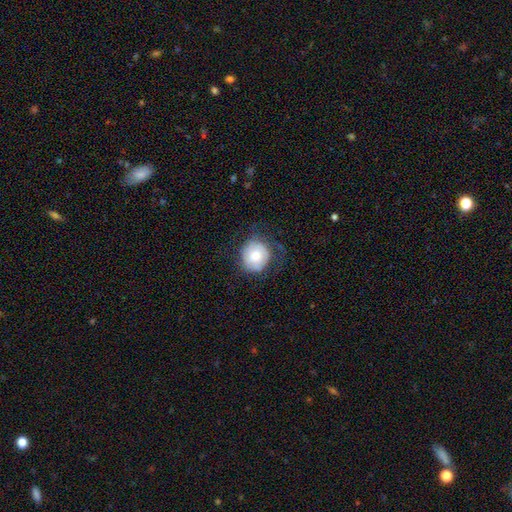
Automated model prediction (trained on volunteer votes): Smooth or featured? Predicted: smooth (p=0.61). How rounded? Predicted: round (p=0.84). Merging? Predicted: none (p=0.58).